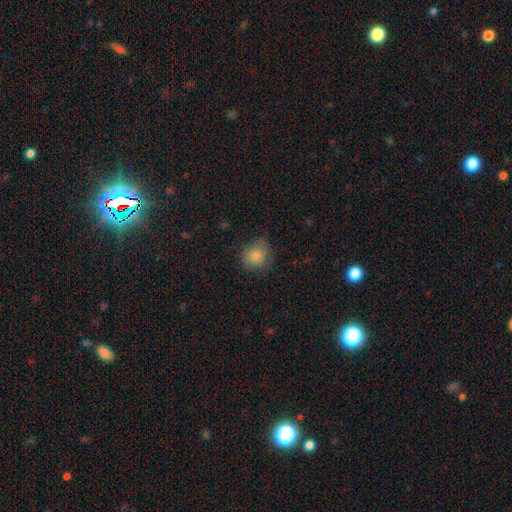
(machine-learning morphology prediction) type=smooth (83%); roundness=round (80%); merging=none (75%).